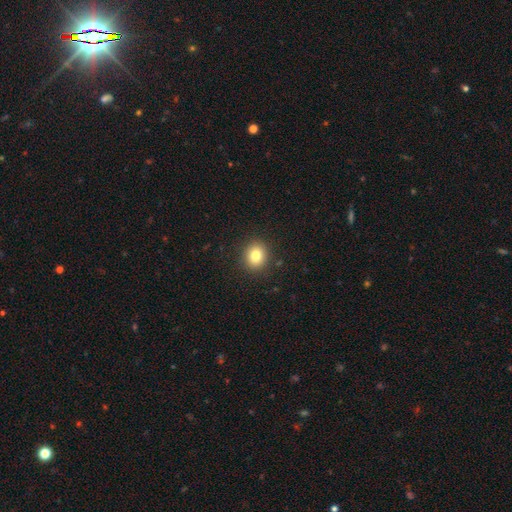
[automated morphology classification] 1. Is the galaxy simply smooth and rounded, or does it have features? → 81% smooth, 11% star or artifact, 8% featured or disk.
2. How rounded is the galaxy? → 77% round, 23% in between, 1% cigar-shaped.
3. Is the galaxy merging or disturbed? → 90% none, 7% minor disturbance, 2% major disturbance, 1% merger.